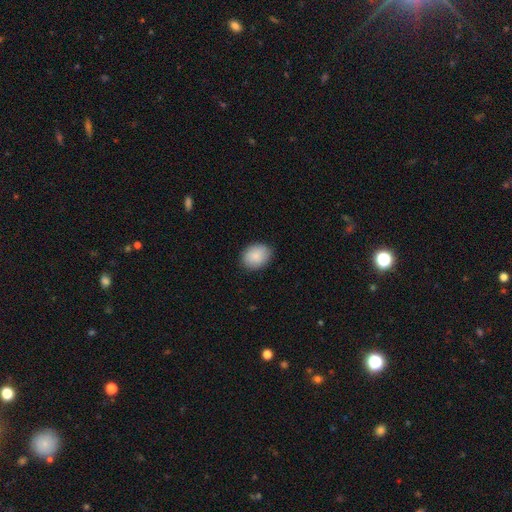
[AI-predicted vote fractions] smooth-or-featured: smooth: 89% | star or artifact: 7% | featured or disk: 5%
  how-rounded: in between: 65% | round: 34% | cigar-shaped: 1%
  merging: none: 86% | minor disturbance: 11% | major disturbance: 2% | merger: 1%